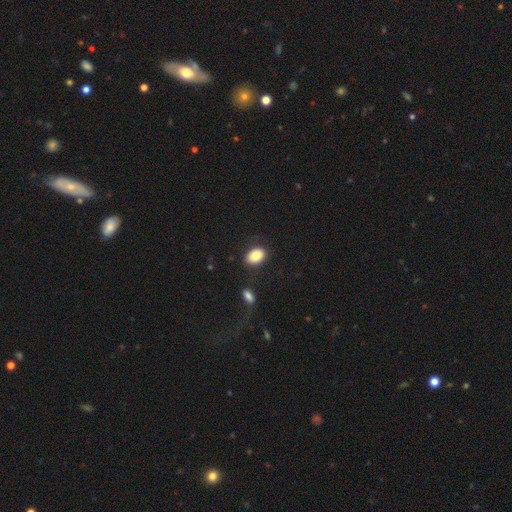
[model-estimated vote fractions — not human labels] This appears to be a smooth galaxy with no disk features (87%) that is in between round and cigar-shaped (84%). Merging: none (83%).